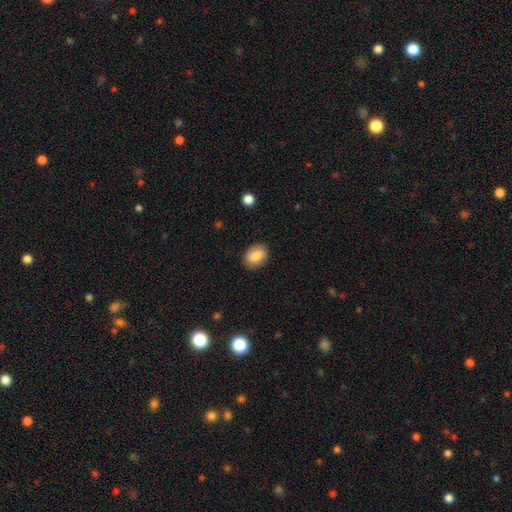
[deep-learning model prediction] This is clearly a smooth galaxy (83%). How rounded: likely in between (71%). Merging: clearly none (85%).